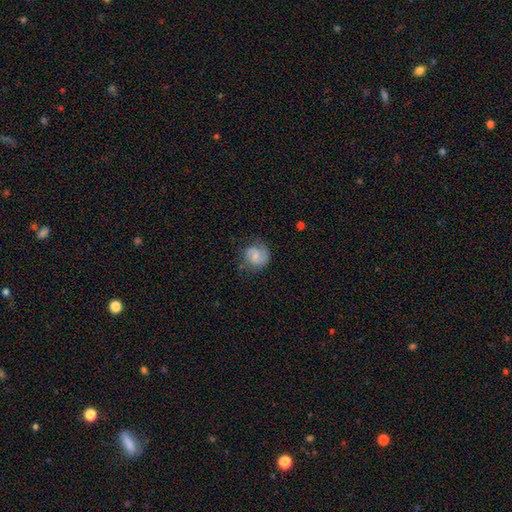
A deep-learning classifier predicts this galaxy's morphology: This appears to be a featured or disk galaxy (50%). Merging: none (66%).